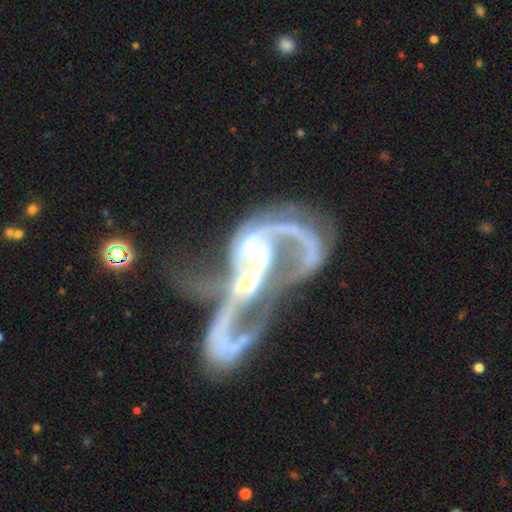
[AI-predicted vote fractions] The model was most divided on "bar": no: 43%, weak: 33%, strong: 25%. Remaining: edge-on disk — no (96%); spiral arms — yes (88%); smooth or featured — featured or disk (88%); spiral arm count — 2 (61%); merging — merger (57%); bulge size — moderate (55%); spiral winding — loose (48%).